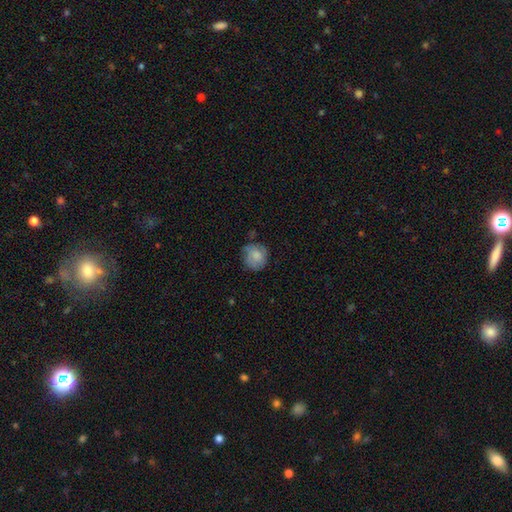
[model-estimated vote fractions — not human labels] smooth_or_featured: smooth (p=0.71) [alt: featured or disk p=0.21]
how_rounded: round (p=0.82) [alt: in between p=0.17]
merging: none (p=0.62) [alt: minor disturbance p=0.27]